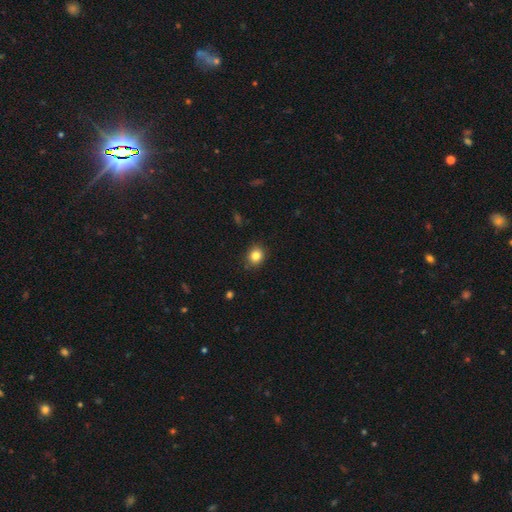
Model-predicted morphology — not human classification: This appears to be a smooth galaxy with no disk features (83%) that is round (76%). Merging: none (87%).